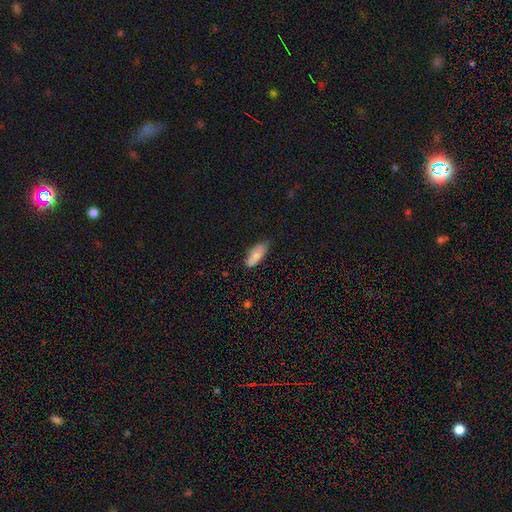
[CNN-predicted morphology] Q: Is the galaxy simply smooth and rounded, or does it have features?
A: smooth — 83%.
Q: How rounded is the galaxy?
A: in between — 74%.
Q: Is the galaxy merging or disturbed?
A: none — 70%.